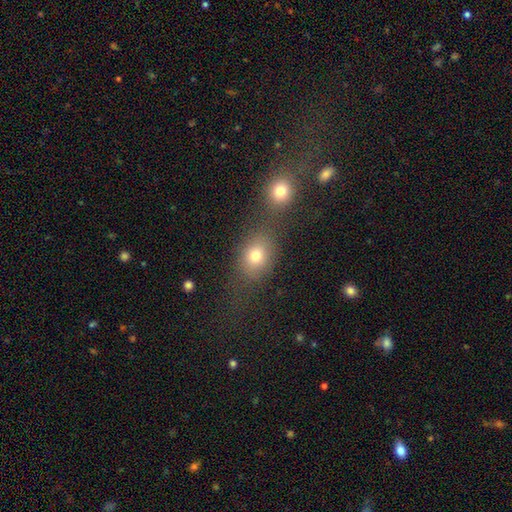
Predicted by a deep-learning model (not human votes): Q: Smooth or featured?
A: smooth (74%); runner-up: star or artifact (15%)
Q: How rounded?
A: round (50%); runner-up: in between (48%)
Q: Merging?
A: none (52%); runner-up: merger (33%)